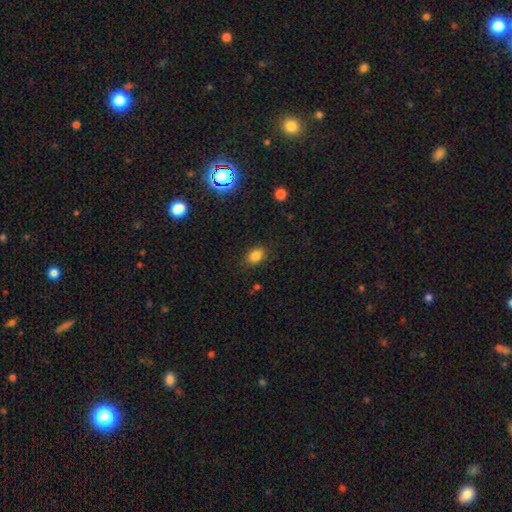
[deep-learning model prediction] Morphology: type=smooth (82%); roundness=in between (66%); merging=none (83%).